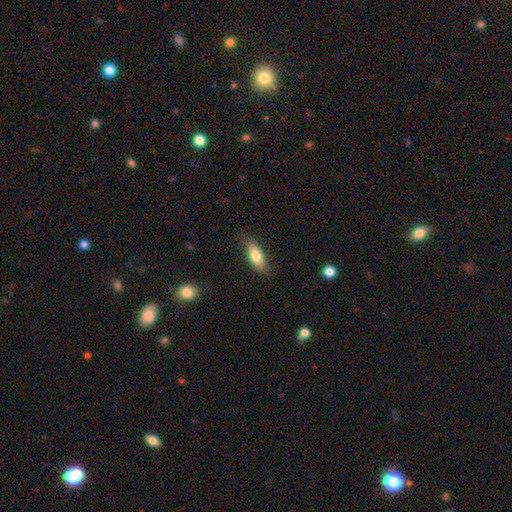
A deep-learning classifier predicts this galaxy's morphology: smooth-or-featured: smooth: 75% | featured or disk: 18% | star or artifact: 7%
  how-rounded: in between: 72% | cigar-shaped: 25% | round: 3%
  merging: none: 80% | minor disturbance: 15% | major disturbance: 3% | merger: 1%